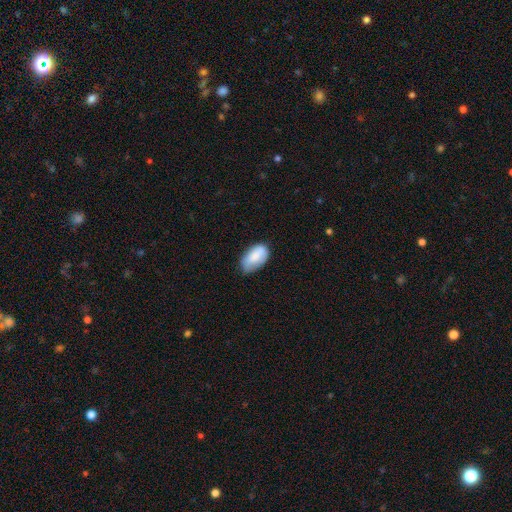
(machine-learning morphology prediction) Smooth or featured?
  - smooth: 81% *
  - featured or disk: 12%
  - star or artifact: 7%
How rounded?
  - in between: 94% *
  - round: 4%
  - cigar-shaped: 2%
Merging?
  - none: 56% *
  - minor disturbance: 35%
  - major disturbance: 8%
  - merger: 2%